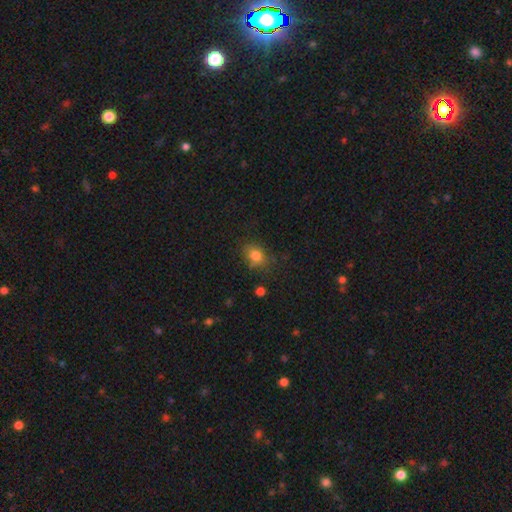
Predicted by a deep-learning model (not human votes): Morphology: type=smooth (79%); roundness=round (50%); merging=none (72%).